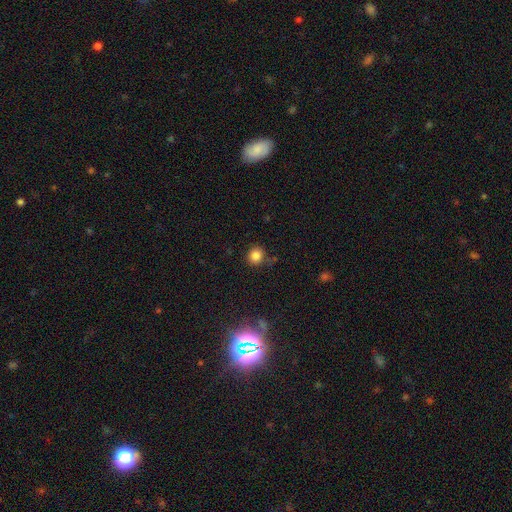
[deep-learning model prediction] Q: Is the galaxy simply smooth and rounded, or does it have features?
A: smooth — 83%.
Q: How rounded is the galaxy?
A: round — 88%.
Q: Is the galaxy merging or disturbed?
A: none — 81%.